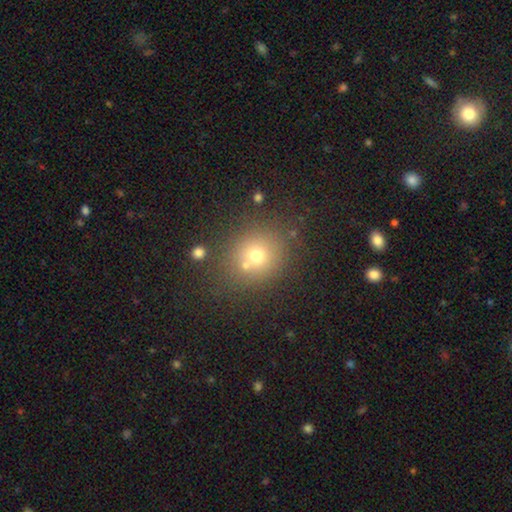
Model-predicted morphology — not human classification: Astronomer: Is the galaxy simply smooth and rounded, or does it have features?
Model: smooth — 67%.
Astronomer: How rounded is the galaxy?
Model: round — 82%.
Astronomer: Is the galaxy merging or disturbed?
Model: none — 68%.